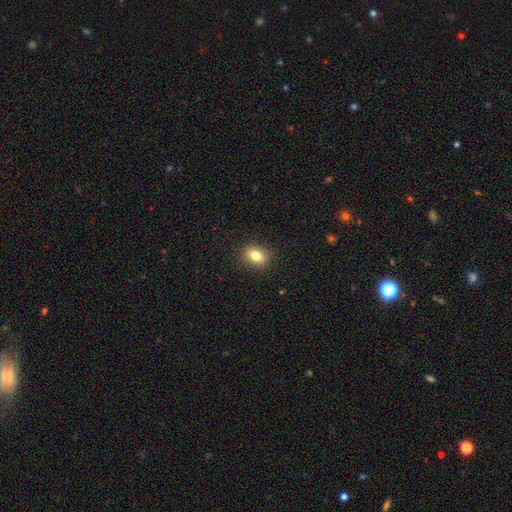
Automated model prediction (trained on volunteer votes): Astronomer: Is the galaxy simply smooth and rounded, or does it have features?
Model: smooth — 81%.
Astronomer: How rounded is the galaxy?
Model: in between — 66%.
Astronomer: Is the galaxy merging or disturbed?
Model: none — 89%.